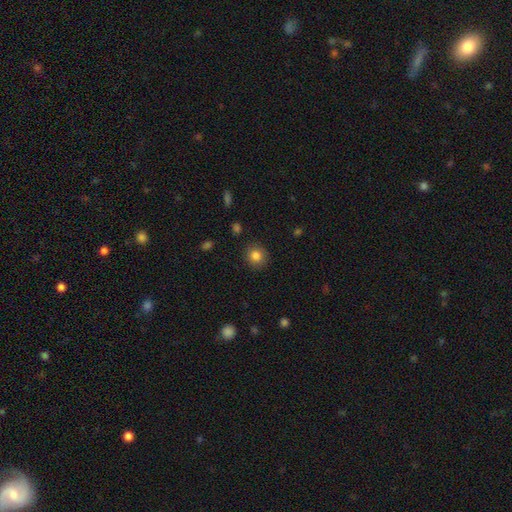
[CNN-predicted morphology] smooth 83%, star or artifact 11%, featured or disk 6%. Down the decision tree: how rounded — round (89%); merging — none (89%).